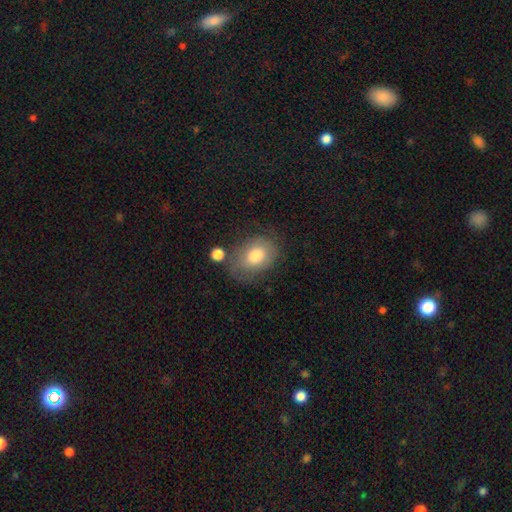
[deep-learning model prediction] Q: Smooth or featured?
A: smooth (72%); runner-up: featured or disk (20%)
Q: How rounded?
A: in between (69%); runner-up: round (30%)
Q: Merging?
A: none (58%); runner-up: minor disturbance (24%)